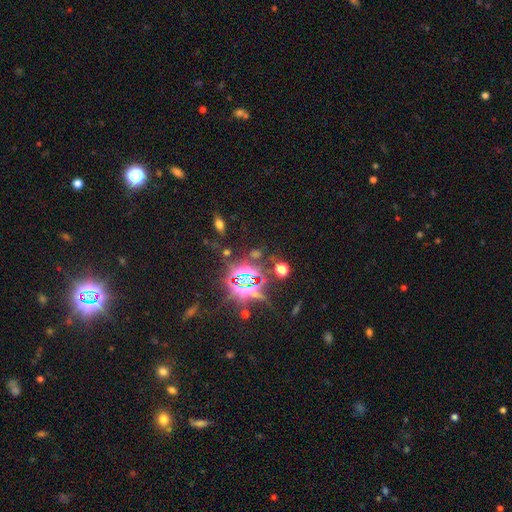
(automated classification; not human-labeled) This appears to be a star or artifact, not a galaxy (81%).